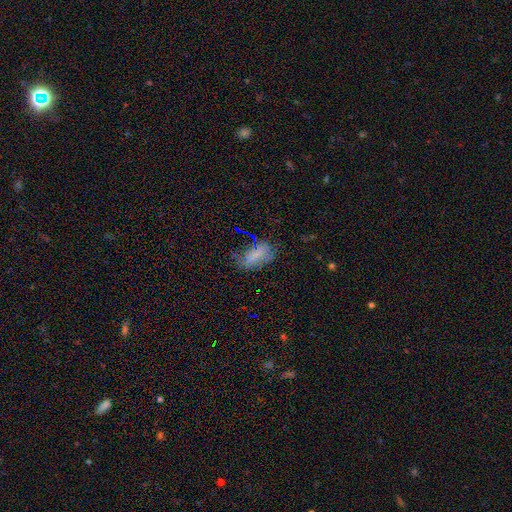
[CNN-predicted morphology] Overall: smooth (61%; featured or disk 25%). How rounded: in between (86%). Merging: none (47%; minor disturbance 29%).